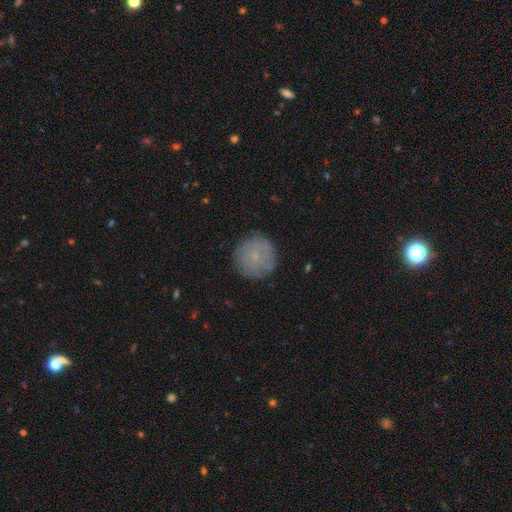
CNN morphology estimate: This is likely a smooth galaxy (70%). How rounded: clearly round (94%). Merging: clearly none (83%).